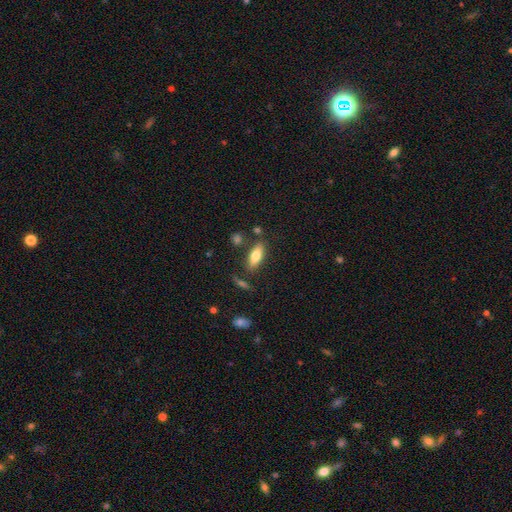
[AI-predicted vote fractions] Overall: smooth (74%). How rounded: in between (72%). Merging: none (78%).